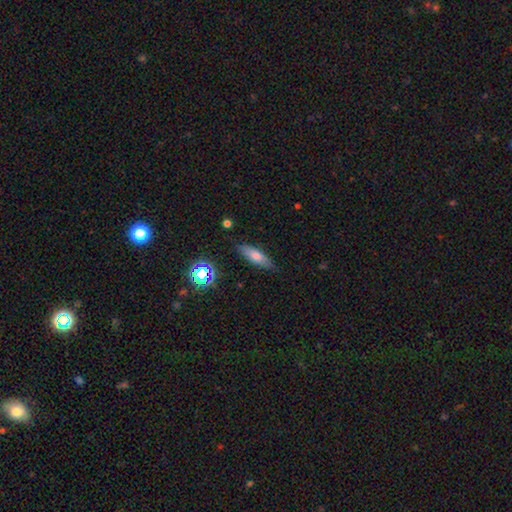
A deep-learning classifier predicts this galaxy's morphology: smooth_or_featured: smooth (p=0.66) [alt: featured or disk p=0.23]
how_rounded: cigar-shaped (p=0.49) [alt: in between p=0.48]
merging: none (p=0.83) [alt: minor disturbance p=0.13]